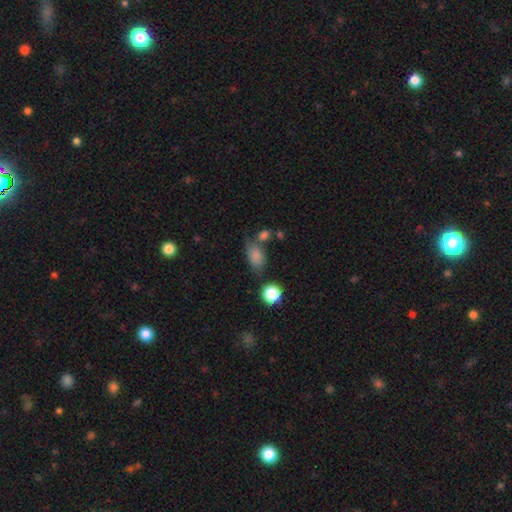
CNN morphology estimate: smooth_or_featured: smooth (p=0.80) [alt: star or artifact p=0.12]
how_rounded: in between (p=0.82) [alt: round p=0.15]
merging: none (p=0.50) [alt: minor disturbance p=0.23]